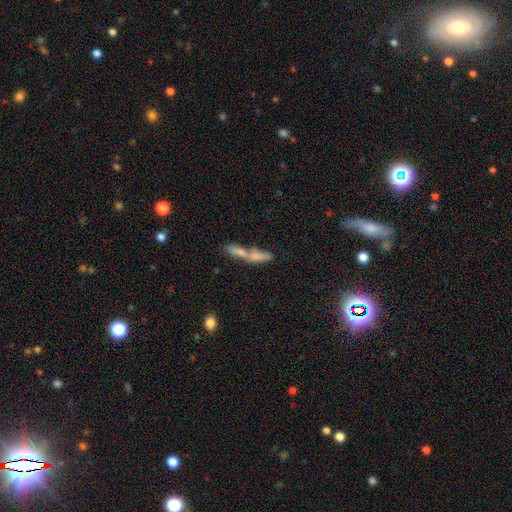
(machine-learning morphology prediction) Smooth or featured? smooth (54%)
How rounded? cigar-shaped (71%)
Merging? merger (54%)